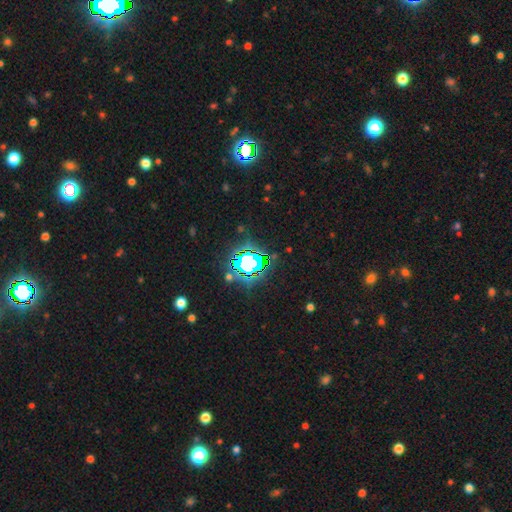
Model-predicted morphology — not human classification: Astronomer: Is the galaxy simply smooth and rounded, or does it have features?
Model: star or artifact — 77%.